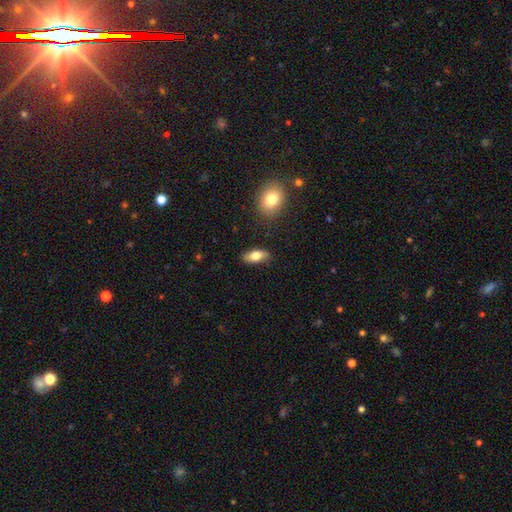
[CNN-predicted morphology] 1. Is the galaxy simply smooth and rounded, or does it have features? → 74% smooth, 19% featured or disk, 7% star or artifact.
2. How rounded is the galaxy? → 83% in between, 13% cigar-shaped, 4% round.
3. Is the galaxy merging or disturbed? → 83% none, 12% minor disturbance, 3% major disturbance, 2% merger.